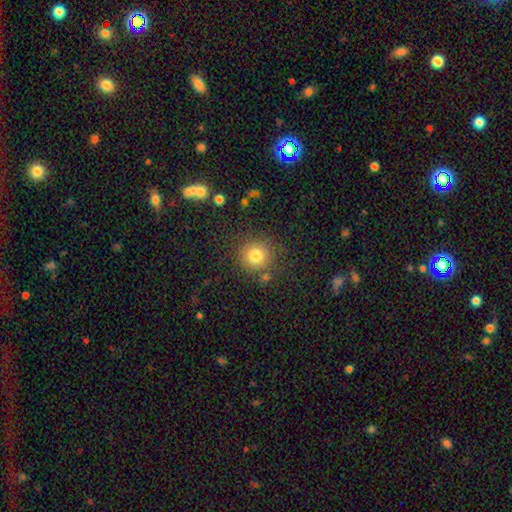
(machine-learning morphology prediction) Smooth or featured?
  - smooth: 80% *
  - star or artifact: 13%
  - featured or disk: 8%
How rounded?
  - round: 92% *
  - in between: 7%
  - cigar-shaped: 1%
Merging?
  - none: 81% *
  - minor disturbance: 10%
  - merger: 5%
  - major disturbance: 4%